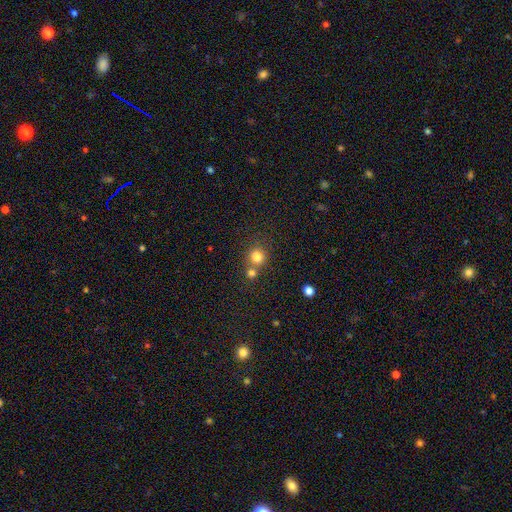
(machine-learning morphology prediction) Smooth or featured?
  - smooth: 79% *
  - star or artifact: 13%
  - featured or disk: 7%
How rounded?
  - round: 87% *
  - in between: 12%
  - cigar-shaped: 1%
Merging?
  - none: 53% *
  - merger: 37%
  - minor disturbance: 7%
  - major disturbance: 3%